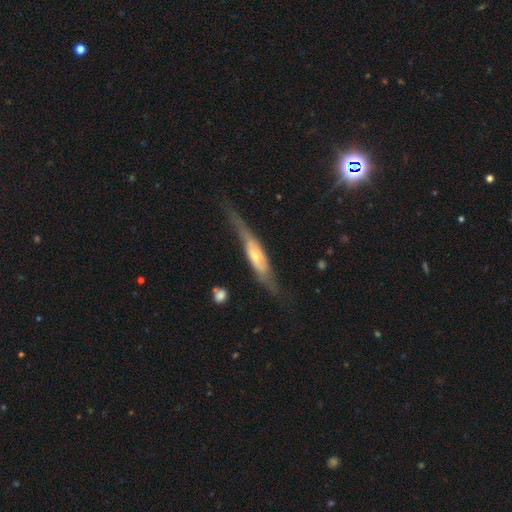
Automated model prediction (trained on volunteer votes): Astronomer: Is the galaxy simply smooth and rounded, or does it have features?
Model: featured or disk — 69%.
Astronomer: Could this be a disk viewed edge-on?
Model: yes — 74%.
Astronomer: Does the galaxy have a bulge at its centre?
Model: rounded — 65%.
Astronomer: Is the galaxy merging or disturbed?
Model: none — 59%.